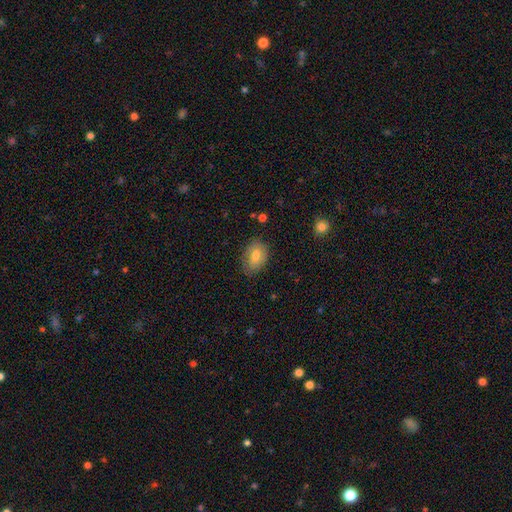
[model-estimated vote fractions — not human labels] smooth_or_featured: smooth (p=0.75) [alt: featured or disk p=0.17]
how_rounded: in between (p=0.82) [alt: round p=0.16]
merging: none (p=0.77) [alt: minor disturbance p=0.18]